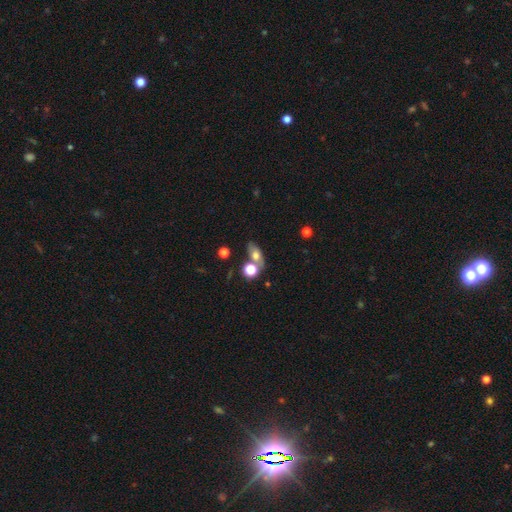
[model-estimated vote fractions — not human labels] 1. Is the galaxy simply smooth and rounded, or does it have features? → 61% smooth, 25% featured or disk, 14% star or artifact.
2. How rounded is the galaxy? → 68% in between, 23% round, 10% cigar-shaped.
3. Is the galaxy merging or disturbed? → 54% none, 26% merger, 14% minor disturbance, 6% major disturbance.